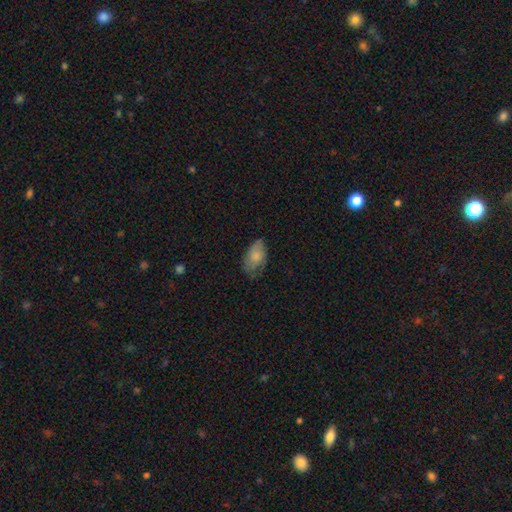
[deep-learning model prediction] smooth 74%, featured or disk 19%, star or artifact 7%. Down the decision tree: how rounded — in between (92%); merging — none (53%).